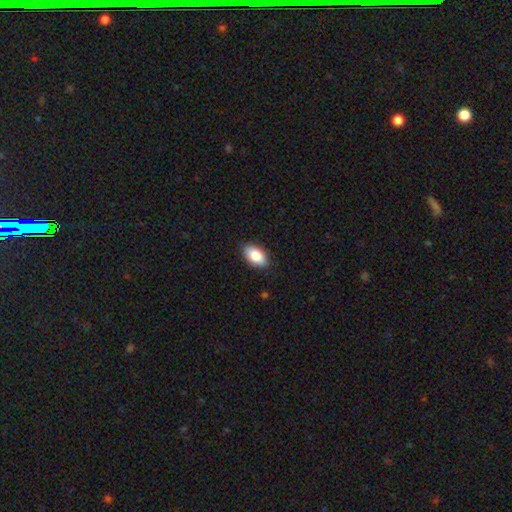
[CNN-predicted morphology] This is clearly a smooth galaxy (85%). How rounded: clearly in between (93%). Merging: clearly none (88%).